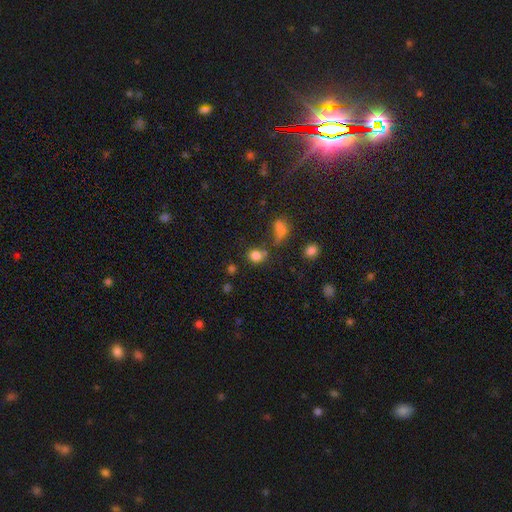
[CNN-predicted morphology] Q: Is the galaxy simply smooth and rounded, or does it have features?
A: smooth — 80%.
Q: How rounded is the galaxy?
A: round — 60%.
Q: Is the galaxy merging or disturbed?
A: none — 57%.